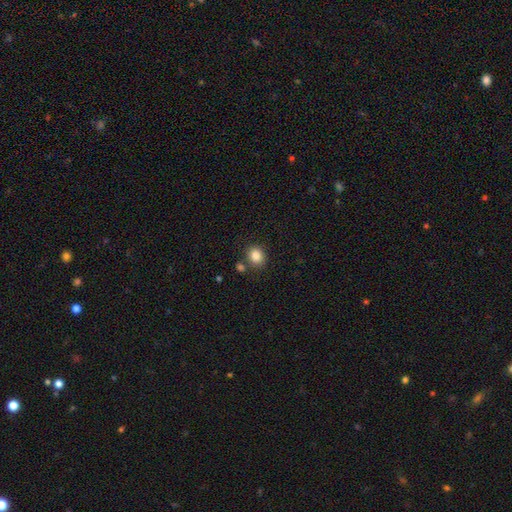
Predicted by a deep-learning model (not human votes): Smooth or featured? smooth (85%)
How rounded? round (67%)
Merging? none (78%)